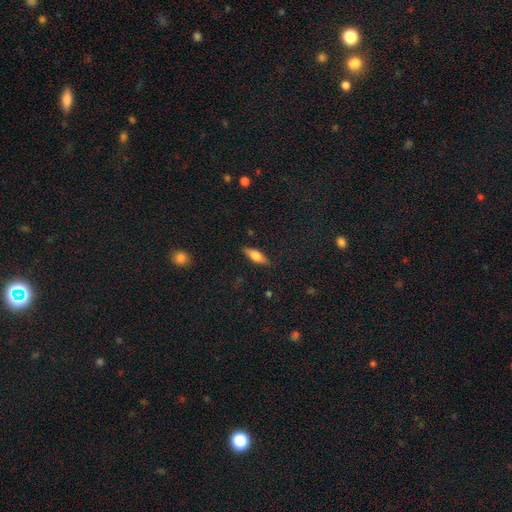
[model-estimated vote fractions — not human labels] Smooth or featured? smooth (65%)
How rounded? in between (61%)
Merging? none (85%)